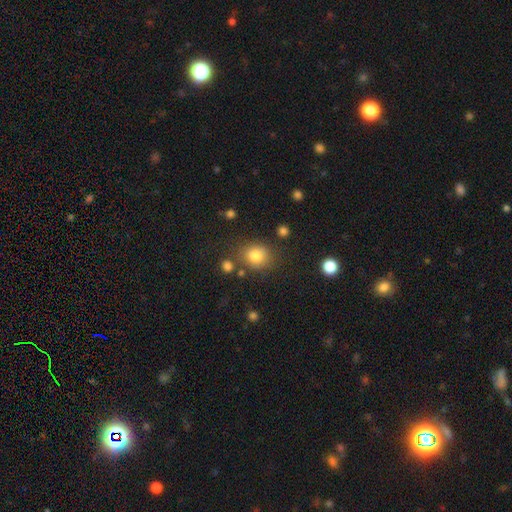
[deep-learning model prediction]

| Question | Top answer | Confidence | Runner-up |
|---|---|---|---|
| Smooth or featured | smooth | 81% | star or artifact (12%) |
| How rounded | round | 71% | in between (28%) |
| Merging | none | 75% | minor disturbance (13%) |